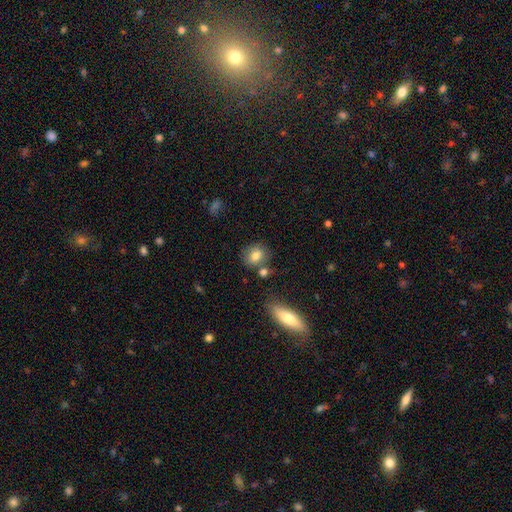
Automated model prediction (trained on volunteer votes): smooth 79%, featured or disk 12%, star or artifact 9%. Down the decision tree: how rounded — round (58%); merging — none (72%).